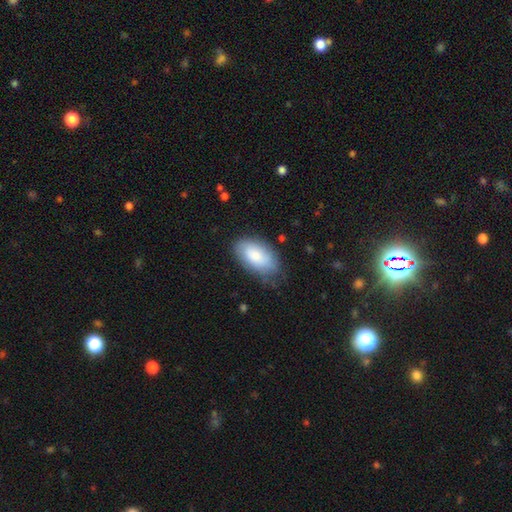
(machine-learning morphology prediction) Smooth or featured: smooth — 78% (featured or disk — 15%)
How rounded: in between — 94% (round — 4%)
Merging: none — 74% (minor disturbance — 19%)